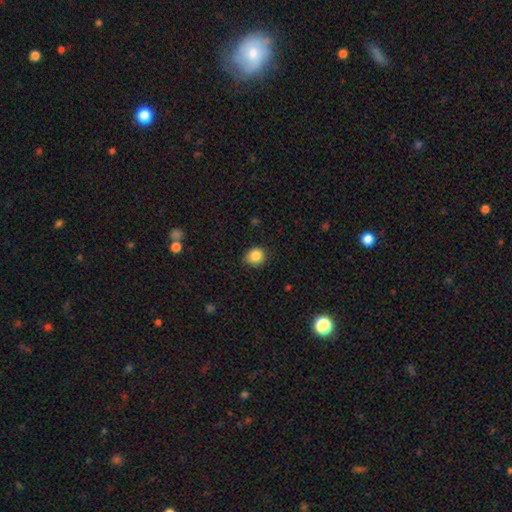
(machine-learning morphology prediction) This appears to be a smooth galaxy with no disk features (85%) that is round (83%). Merging: none (82%).